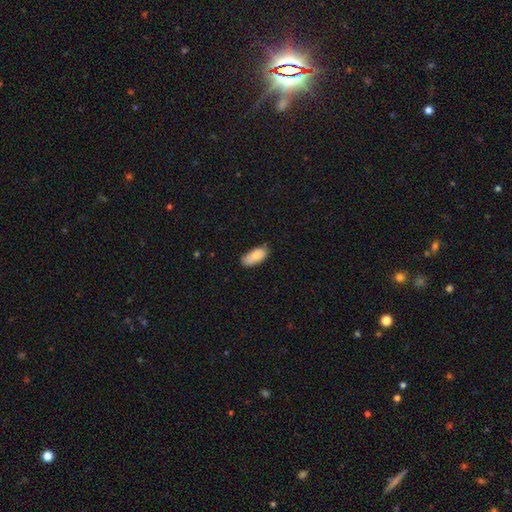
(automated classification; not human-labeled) Q: Smooth or featured?
A: smooth (84%); runner-up: featured or disk (9%)
Q: How rounded?
A: in between (89%); runner-up: cigar-shaped (9%)
Q: Merging?
A: none (67%); runner-up: minor disturbance (27%)